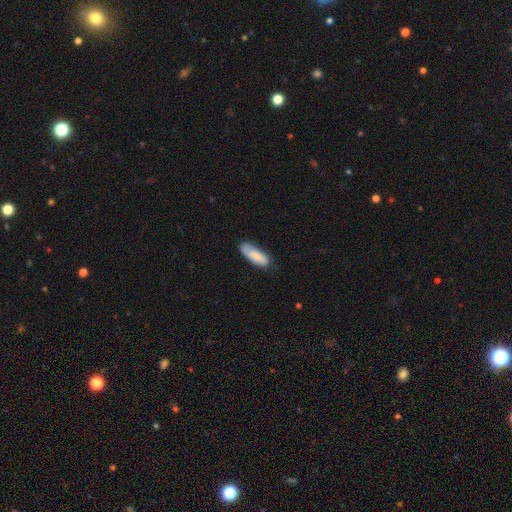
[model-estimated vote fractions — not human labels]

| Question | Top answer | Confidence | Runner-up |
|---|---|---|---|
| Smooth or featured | smooth | 79% | featured or disk (15%) |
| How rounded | in between | 66% | cigar-shaped (32%) |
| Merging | none | 67% | minor disturbance (26%) |